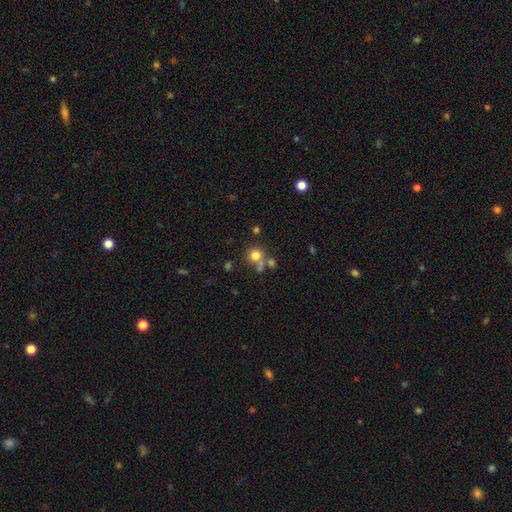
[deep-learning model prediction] Smooth or featured? Predicted: smooth (p=0.75). How rounded? Predicted: round (p=0.89). Merging? Predicted: none (p=0.59).